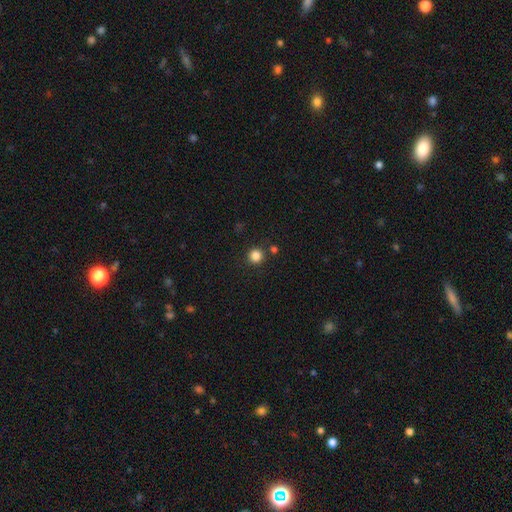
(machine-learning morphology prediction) Smooth or featured? Predicted: smooth (p=0.84). How rounded? Predicted: round (p=0.94). Merging? Predicted: none (p=0.87).